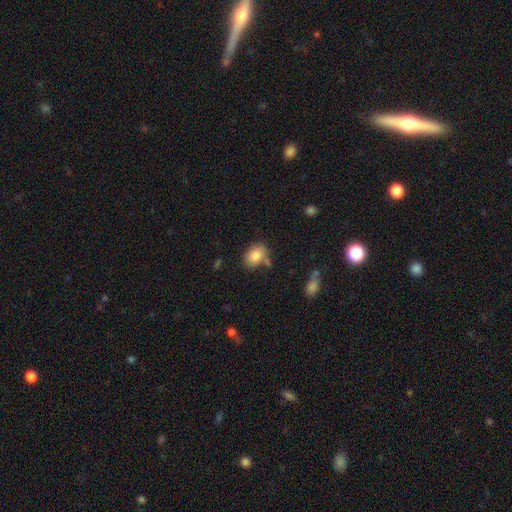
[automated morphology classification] smooth 83%, featured or disk 9%, star or artifact 8%. Down the decision tree: how rounded — in between (77%); merging — none (66%).